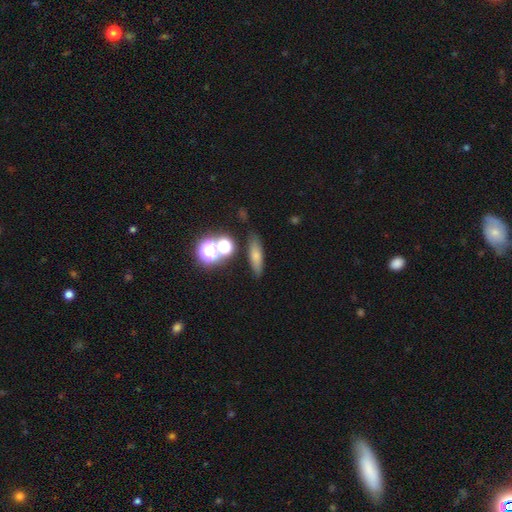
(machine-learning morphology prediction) Overall: smooth (51%; star or artifact 26%). How rounded: cigar-shaped (51%; in between 30%). Merging: none (77%).